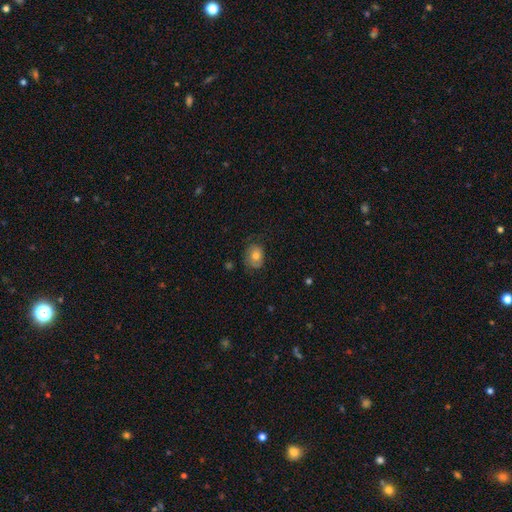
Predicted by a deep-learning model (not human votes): Smooth or featured? Predicted: smooth (p=0.67). How rounded? Predicted: in between (p=0.53). Merging? Predicted: none (p=0.63).